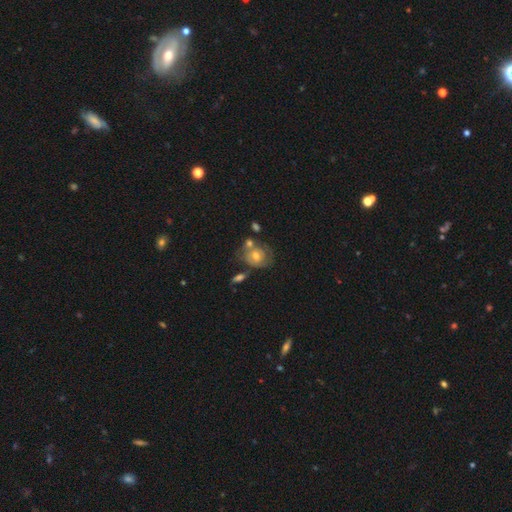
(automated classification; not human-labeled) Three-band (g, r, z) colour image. It shows a featured or disk galaxy (47%). Merging: none (51%).